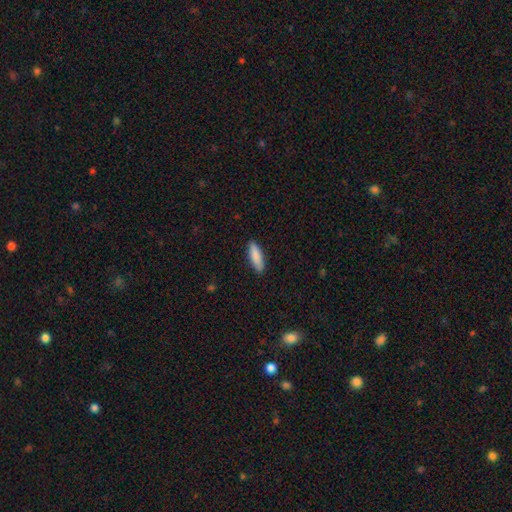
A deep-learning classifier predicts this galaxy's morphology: This appears to be a smooth galaxy with no disk features (87%) that is cigar-shaped (53%). Merging: none (88%).